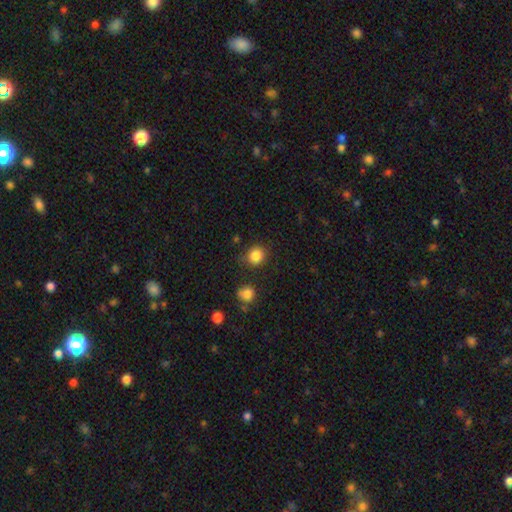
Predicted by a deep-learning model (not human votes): Smooth or featured: smooth — 85% (star or artifact — 11%)
How rounded: round — 81% (in between — 18%)
Merging: none — 81% (minor disturbance — 12%)